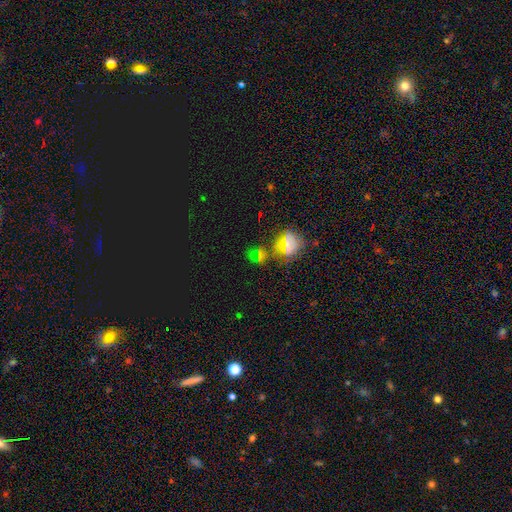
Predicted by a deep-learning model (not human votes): A star or artifact, not a galaxy (51%).

Vote fractions:
- Smooth or featured? star or artifact: 51% / smooth: 38% / featured or disk: 11%